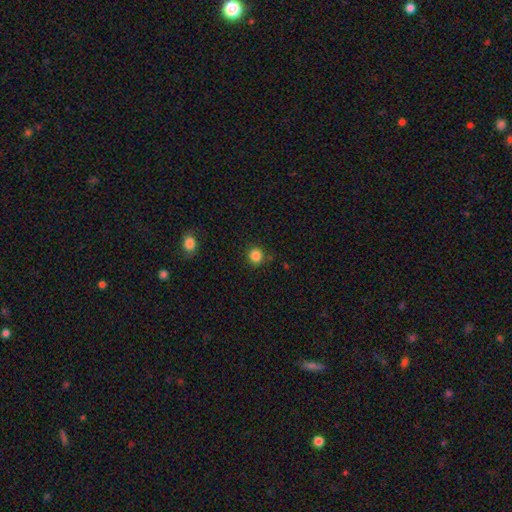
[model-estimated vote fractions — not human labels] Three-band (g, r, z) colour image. It shows a smooth galaxy with no disk features (85%) that is round (91%). Merging: none (88%).